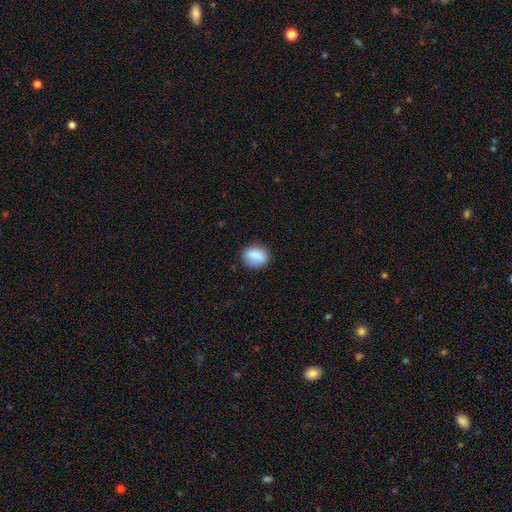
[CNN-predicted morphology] This is clearly a smooth galaxy (85%). How rounded: possibly in between (57%). Merging: likely none (79%).